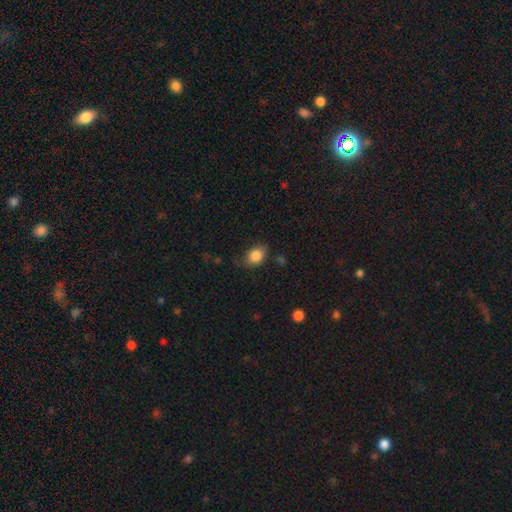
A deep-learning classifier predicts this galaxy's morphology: smooth 85%, star or artifact 9%, featured or disk 7%. Down the decision tree: how rounded — in between (64%); merging — none (66%).